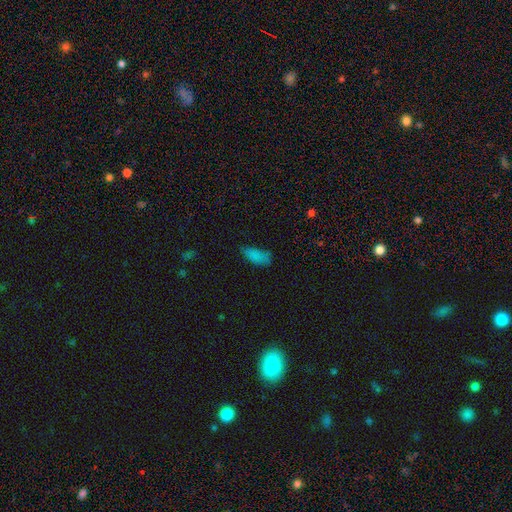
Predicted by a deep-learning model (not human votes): A smooth galaxy with no disk features (81%) that is in between round and cigar-shaped (85%). Merging: none (58%).